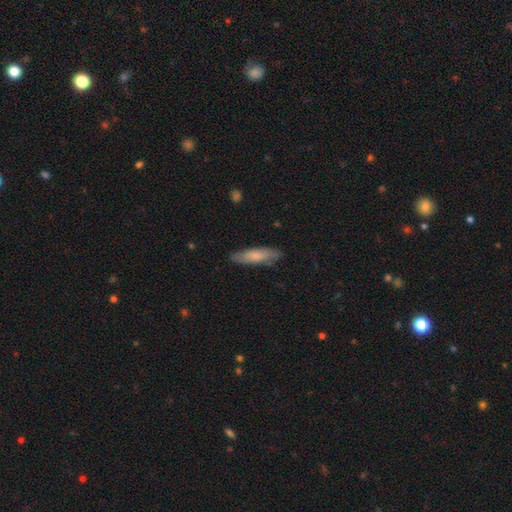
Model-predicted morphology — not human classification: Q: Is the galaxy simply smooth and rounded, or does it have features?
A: smooth — 74%.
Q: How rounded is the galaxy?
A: cigar-shaped — 64%.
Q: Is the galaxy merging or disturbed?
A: none — 83%.